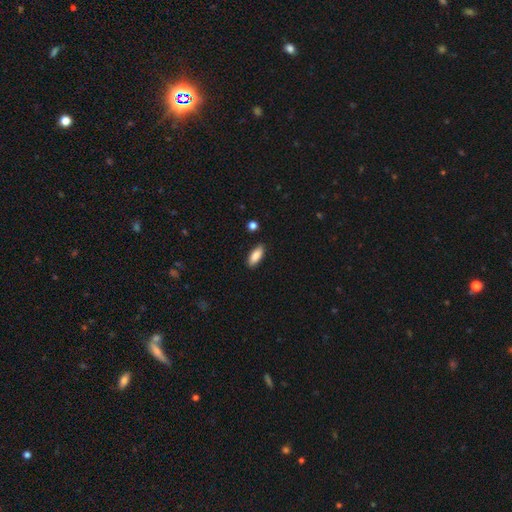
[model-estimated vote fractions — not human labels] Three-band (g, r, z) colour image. It shows a smooth galaxy with no disk features (87%) that is in between round and cigar-shaped (77%). Merging: none (86%).